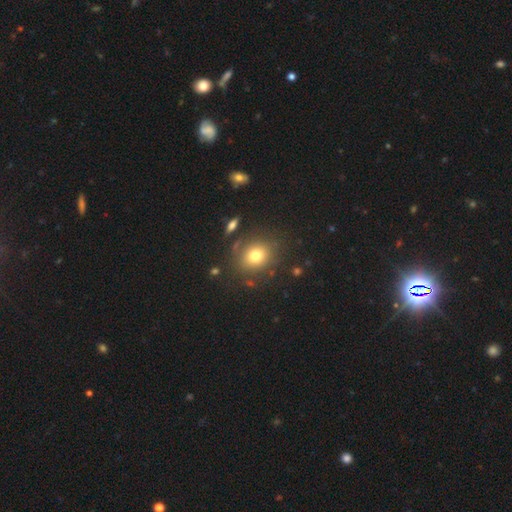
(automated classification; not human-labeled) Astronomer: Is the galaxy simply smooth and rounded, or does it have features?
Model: smooth — 75%.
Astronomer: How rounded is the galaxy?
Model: round — 65%.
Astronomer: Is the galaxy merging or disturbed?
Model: none — 81%.